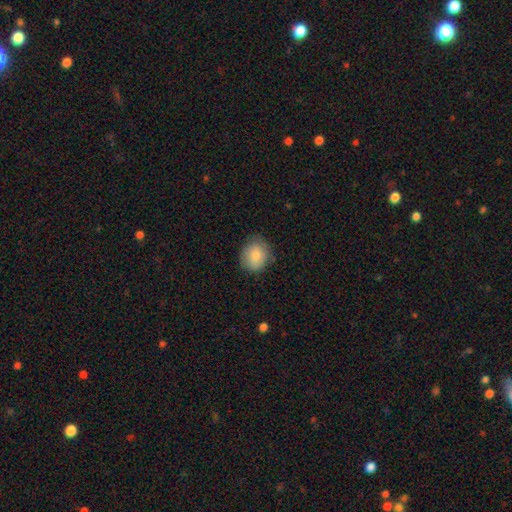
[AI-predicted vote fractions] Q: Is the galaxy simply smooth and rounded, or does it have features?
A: smooth — 83%.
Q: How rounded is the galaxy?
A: round — 69%.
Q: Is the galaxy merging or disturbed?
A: none — 76%.